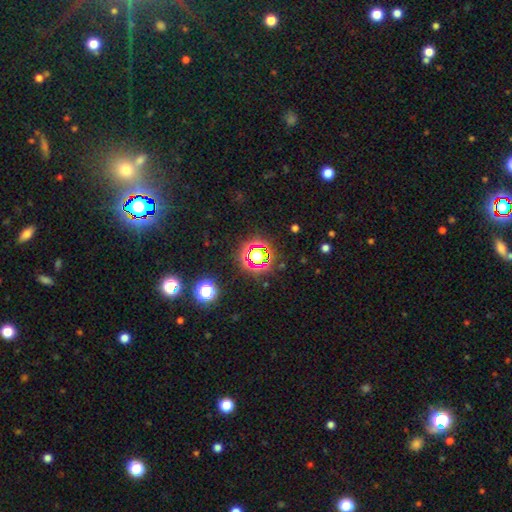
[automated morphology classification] smooth_or_featured: star or artifact (p=0.63) [alt: smooth p=0.26]